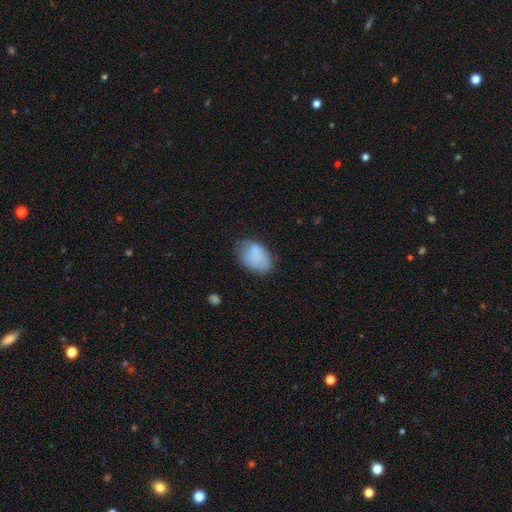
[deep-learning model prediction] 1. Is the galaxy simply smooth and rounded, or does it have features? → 82% smooth, 11% featured or disk, 8% star or artifact.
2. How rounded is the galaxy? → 87% in between, 12% round, 1% cigar-shaped.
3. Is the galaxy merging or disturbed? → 61% none, 28% minor disturbance, 8% major disturbance, 3% merger.